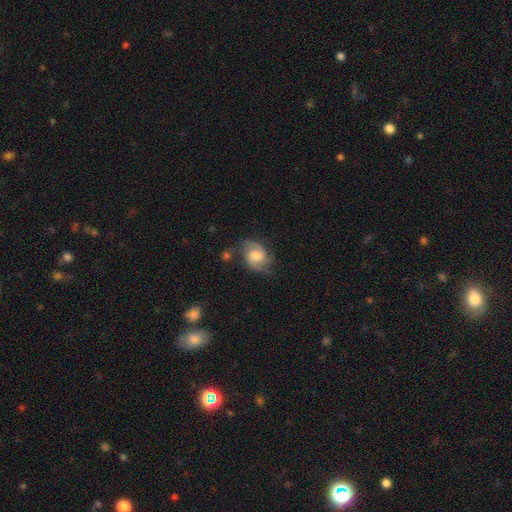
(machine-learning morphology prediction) This appears to be a featured or disk galaxy (64%) with no bar (50%), 2 (83%) medium (49%) spiral arms (91%) and a moderate central bulge (61%). Merging: none (64%).